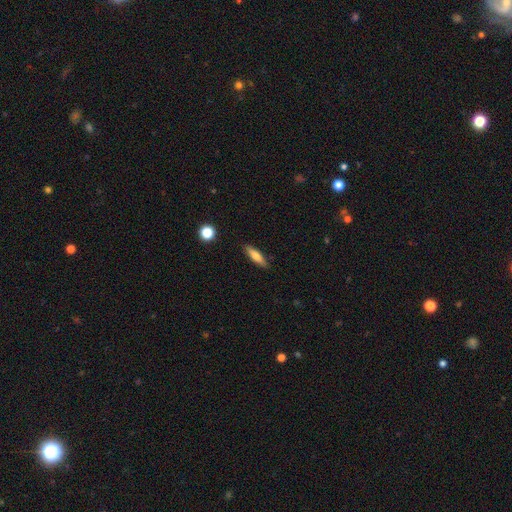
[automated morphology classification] Smooth or featured?
  - smooth: 69% *
  - featured or disk: 24%
  - star or artifact: 7%
How rounded?
  - cigar-shaped: 64% *
  - in between: 34%
  - round: 3%
Merging?
  - none: 88% *
  - minor disturbance: 9%
  - major disturbance: 2%
  - merger: 1%